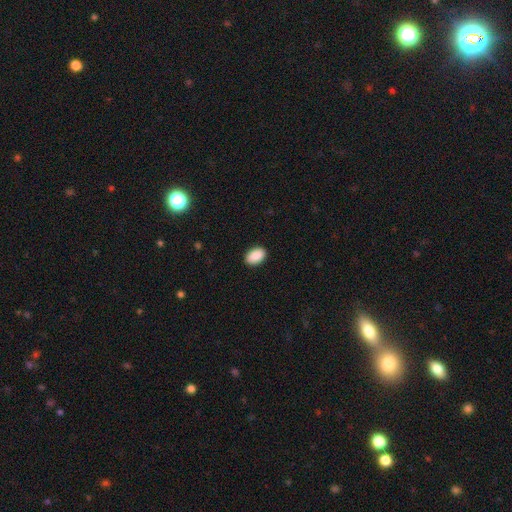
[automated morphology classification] Smooth or featured? Predicted: smooth (p=0.91). How rounded? Predicted: in between (p=0.90). Merging? Predicted: none (p=0.90).